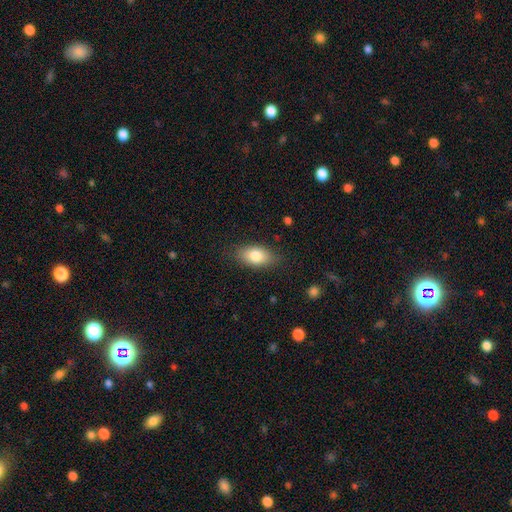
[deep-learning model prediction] Smooth or featured? Predicted: smooth (p=0.80). How rounded? Predicted: in between (p=0.89). Merging? Predicted: none (p=0.82).